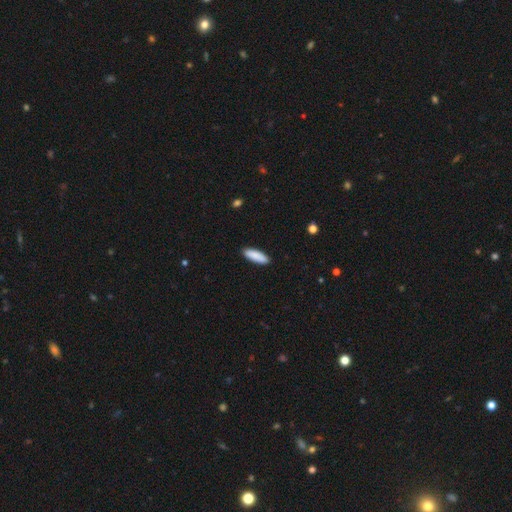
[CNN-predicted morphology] type=smooth (89%); roundness=in between (52%); merging=none (90%).